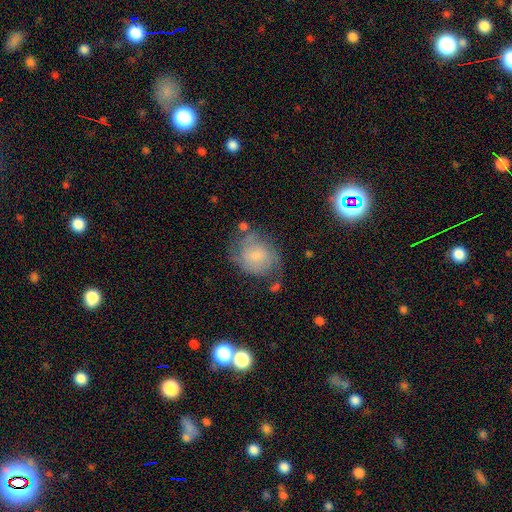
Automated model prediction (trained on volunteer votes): featured or disk 46%, smooth 45%, star or artifact 9%. Down the decision tree: merging — none (52%).